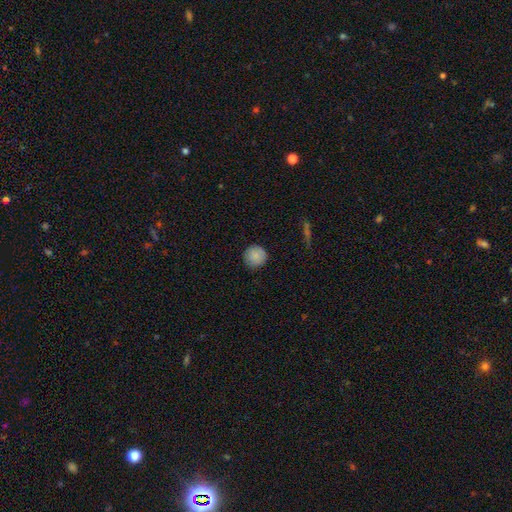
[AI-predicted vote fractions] smooth_or_featured: smooth (p=0.86) [alt: star or artifact p=0.08]
how_rounded: round (p=0.95) [alt: in between p=0.04]
merging: none (p=0.88) [alt: minor disturbance p=0.09]